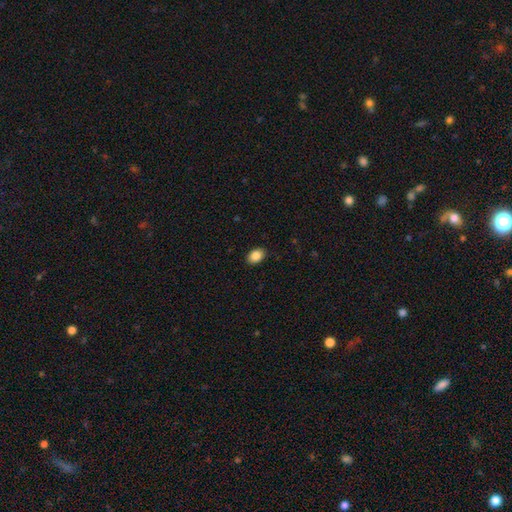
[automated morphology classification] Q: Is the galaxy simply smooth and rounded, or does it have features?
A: smooth — 87%.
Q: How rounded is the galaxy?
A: in between — 77%.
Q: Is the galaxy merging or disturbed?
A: none — 89%.